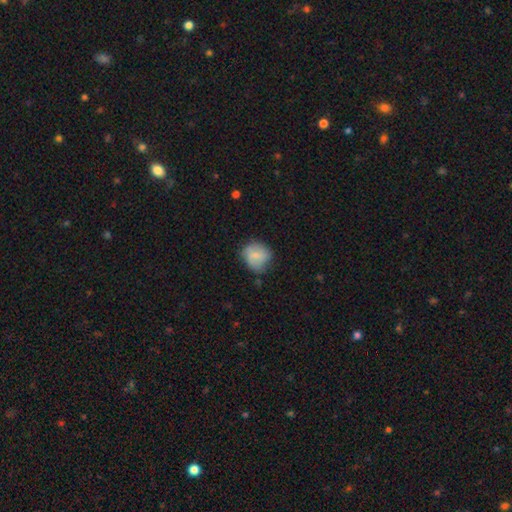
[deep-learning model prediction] A smooth galaxy with no disk features (65%) that is round (76%).

Vote fractions:
- Smooth or featured? smooth: 65% / featured or disk: 27% / star or artifact: 7%
- How rounded? round: 76% / in between: 23% / cigar-shaped: 1%
- Merging? none: 60% / minor disturbance: 30% / major disturbance: 9% / merger: 2%